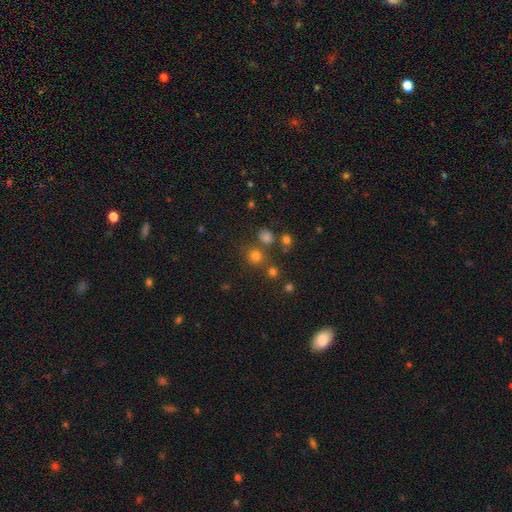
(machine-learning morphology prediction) smooth-or-featured: smooth: 74% | star or artifact: 20% | featured or disk: 7%
  how-rounded: round: 86% | in between: 13% | cigar-shaped: 1%
  merging: none: 72% | merger: 14% | minor disturbance: 9% | major disturbance: 4%